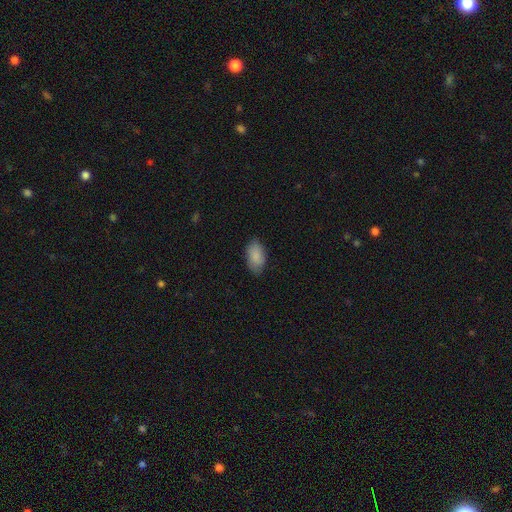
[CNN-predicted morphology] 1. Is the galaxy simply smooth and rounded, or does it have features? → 88% smooth, 6% star or artifact, 6% featured or disk.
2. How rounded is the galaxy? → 94% in between, 4% round, 2% cigar-shaped.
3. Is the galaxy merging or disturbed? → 80% none, 16% minor disturbance, 3% major disturbance, 1% merger.